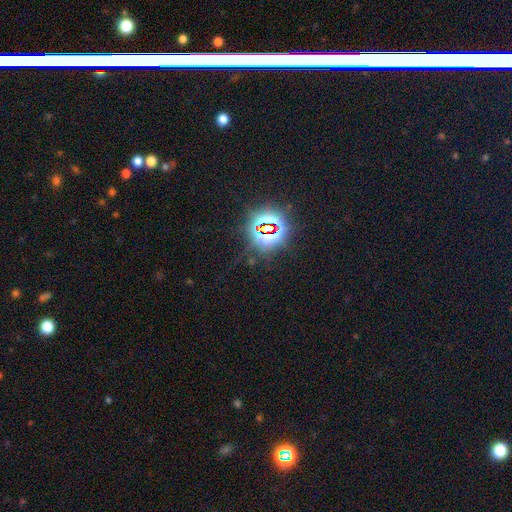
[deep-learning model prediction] Smooth or featured?
  - star or artifact: 81% *
  - smooth: 12%
  - featured or disk: 8%